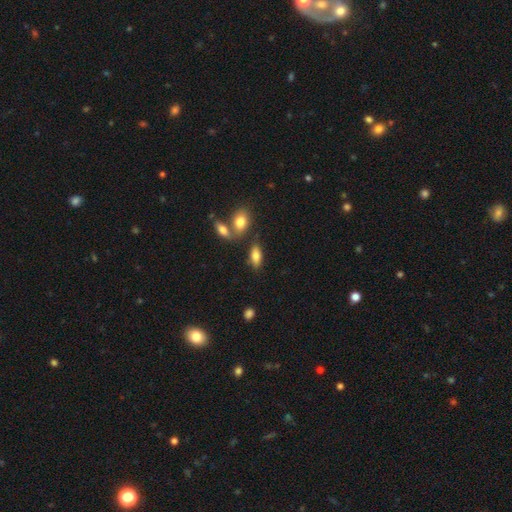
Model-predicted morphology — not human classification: The model was most divided on "merging": none: 67%, merger: 15%, minor disturbance: 13%, major disturbance: 4%. More confident: how rounded — in between (86%); smooth or featured — smooth (80%).